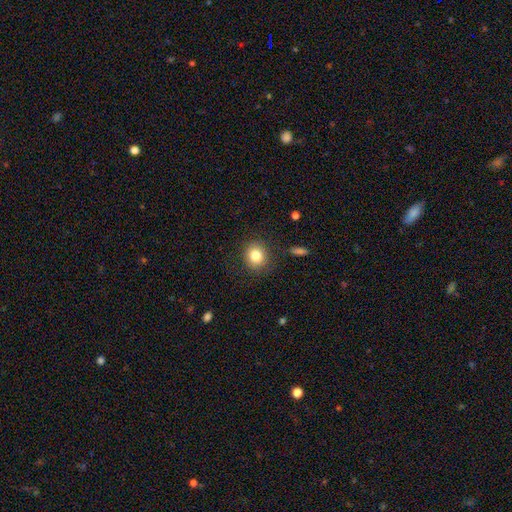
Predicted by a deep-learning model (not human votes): smooth-or-featured: smooth: 83% | star or artifact: 9% | featured or disk: 8%
  how-rounded: round: 80% | in between: 19% | cigar-shaped: 1%
  merging: none: 84% | minor disturbance: 10% | major disturbance: 4% | merger: 2%